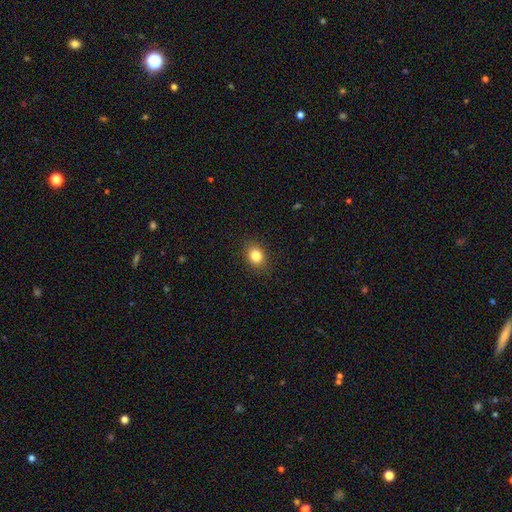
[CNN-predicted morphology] smooth 83%, star or artifact 11%, featured or disk 6%. Down the decision tree: how rounded — round (51%); merging — none (88%).